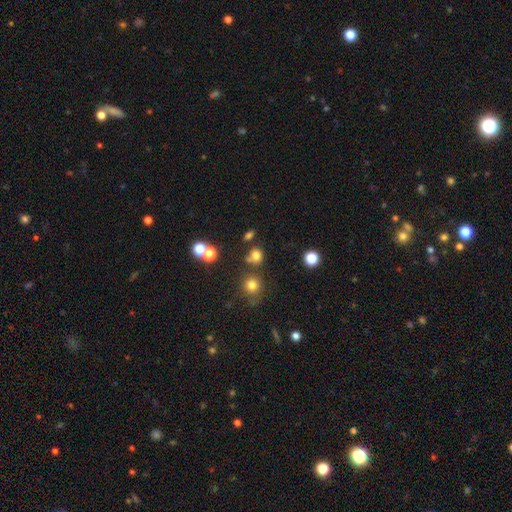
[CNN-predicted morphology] Smooth or featured: smooth — 75% (star or artifact — 17%)
How rounded: round — 72% (in between — 26%)
Merging: none — 65% (merger — 16%)